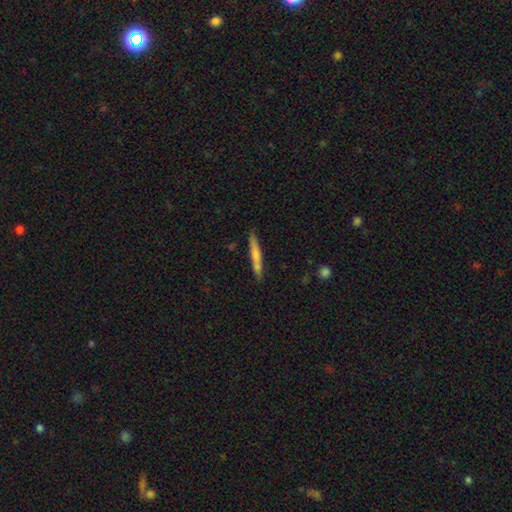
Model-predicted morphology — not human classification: This is likely a smooth galaxy (63%). How rounded: clearly cigar-shaped (95%). Merging: clearly none (81%).